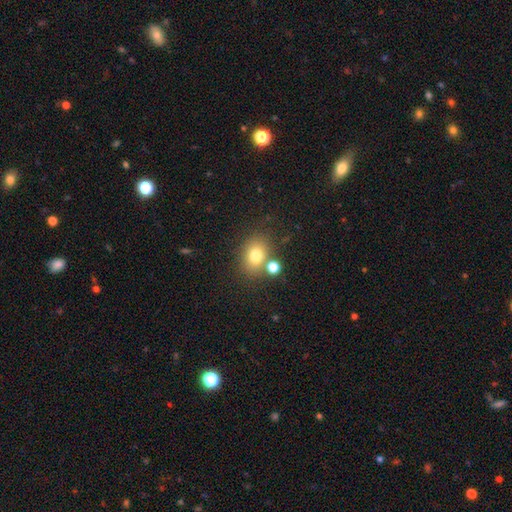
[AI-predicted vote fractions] smooth_or_featured: smooth (p=0.77) [alt: star or artifact p=0.12]
how_rounded: in between (p=0.58) [alt: round p=0.41]
merging: none (p=0.69) [alt: merger p=0.16]